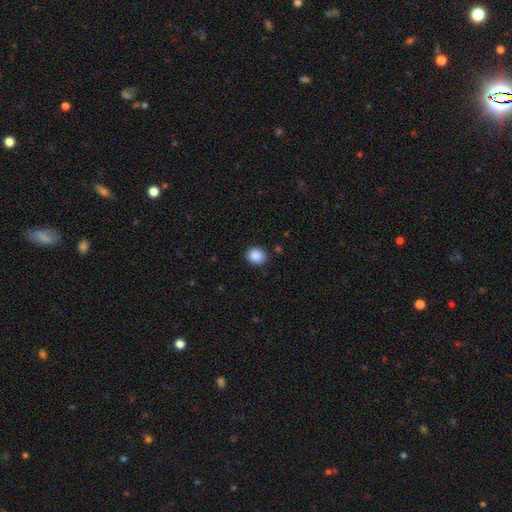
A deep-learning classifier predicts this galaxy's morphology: Smooth or featured: smooth — 89% (star or artifact — 9%)
How rounded: round — 72% (in between — 27%)
Merging: none — 88% (minor disturbance — 8%)